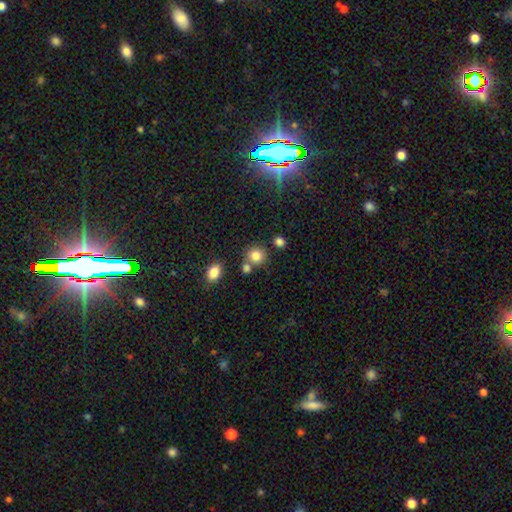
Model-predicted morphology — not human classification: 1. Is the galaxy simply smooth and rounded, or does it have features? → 82% smooth, 11% star or artifact, 7% featured or disk.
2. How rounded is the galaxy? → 83% round, 16% in between, 1% cigar-shaped.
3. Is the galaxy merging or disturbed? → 68% none, 19% merger, 10% minor disturbance, 3% major disturbance.